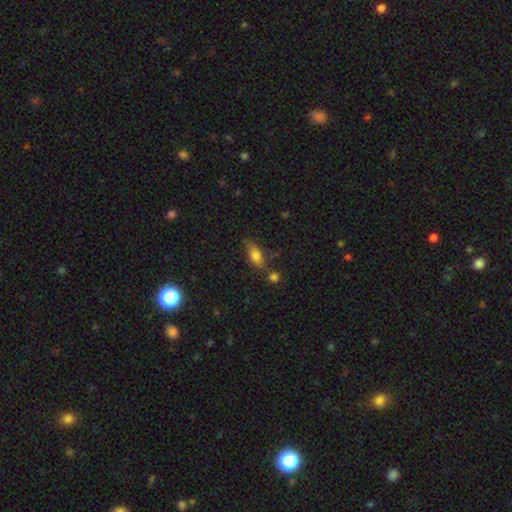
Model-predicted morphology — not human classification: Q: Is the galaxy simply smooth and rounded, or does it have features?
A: smooth — 72%.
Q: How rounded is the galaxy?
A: in between — 77%.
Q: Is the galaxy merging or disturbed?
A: none — 64%.